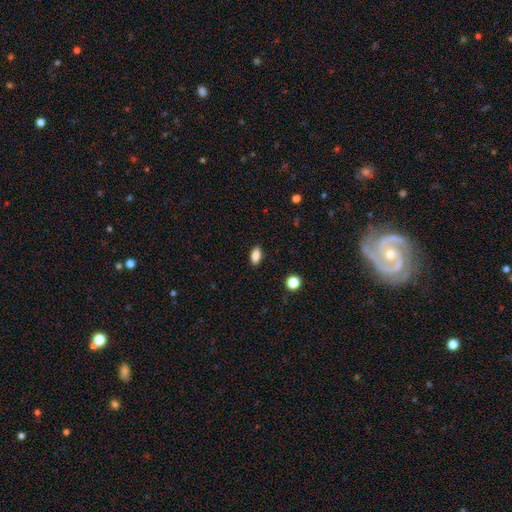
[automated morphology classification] A smooth galaxy with no disk features (86%) that is in between round and cigar-shaped (87%). Merging: none (89%).